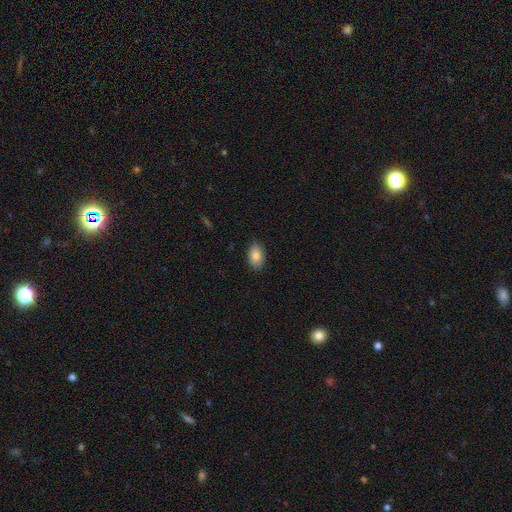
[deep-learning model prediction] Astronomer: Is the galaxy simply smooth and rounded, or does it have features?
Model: smooth — 83%.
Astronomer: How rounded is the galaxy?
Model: in between — 90%.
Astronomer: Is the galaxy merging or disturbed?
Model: none — 86%.